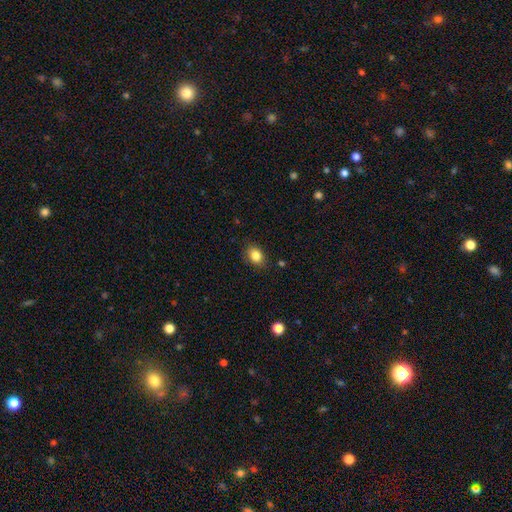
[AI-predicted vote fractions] This is clearly a smooth galaxy (84%). How rounded: likely in between (67%). Merging: clearly none (85%).